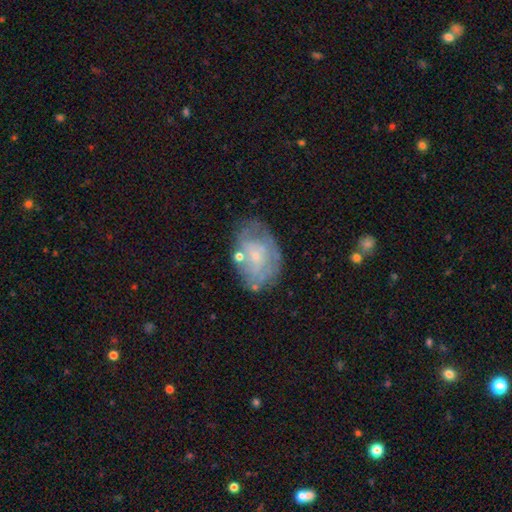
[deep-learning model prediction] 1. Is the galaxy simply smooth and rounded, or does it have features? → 58% featured or disk, 33% smooth, 9% star or artifact.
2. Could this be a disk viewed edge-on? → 96% no, 4% yes.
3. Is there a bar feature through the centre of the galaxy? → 75% no, 21% weak, 4% strong.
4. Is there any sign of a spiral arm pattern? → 52% yes, 48% no.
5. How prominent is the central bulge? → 71% small, 18% moderate, 8% none, 1% large, 1% dominant.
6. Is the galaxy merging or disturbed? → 60% none, 24% minor disturbance, 11% major disturbance, 6% merger.